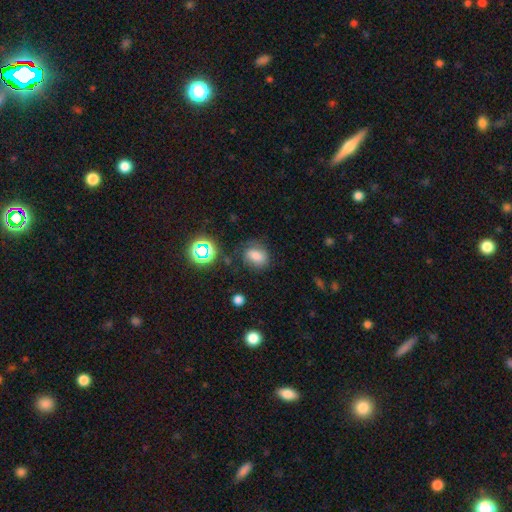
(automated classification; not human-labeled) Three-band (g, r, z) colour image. It shows a smooth galaxy with no disk features (71%) that is in between round and cigar-shaped (63%). Merging: none (68%).